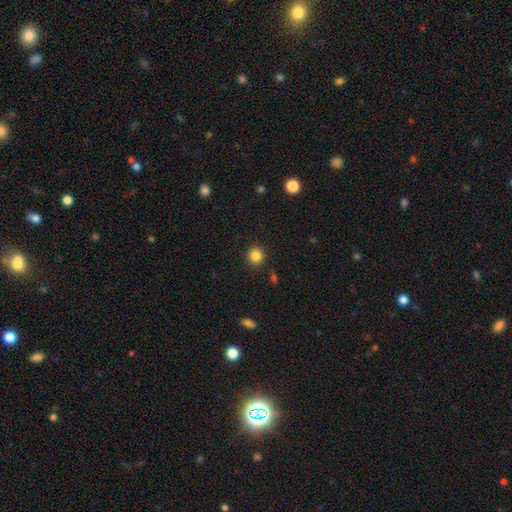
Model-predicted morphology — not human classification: smooth-or-featured: smooth: 84% | star or artifact: 11% | featured or disk: 5%
  how-rounded: round: 91% | in between: 8% | cigar-shaped: 1%
  merging: none: 91% | minor disturbance: 6% | major disturbance: 2% | merger: 1%